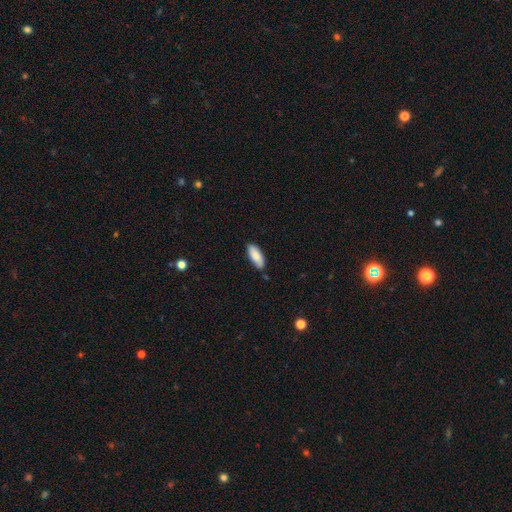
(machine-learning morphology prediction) smooth-or-featured: smooth: 84% | featured or disk: 10% | star or artifact: 6%
  how-rounded: in between: 80% | cigar-shaped: 18% | round: 2%
  merging: none: 73% | minor disturbance: 21% | major disturbance: 3% | merger: 2%